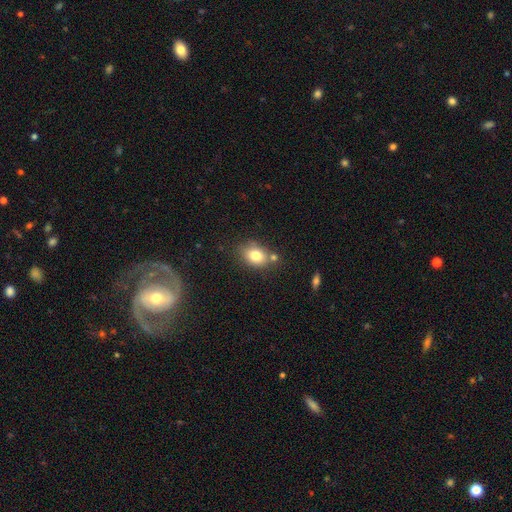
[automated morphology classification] Q: Smooth or featured?
A: smooth (79%); runner-up: featured or disk (11%)
Q: How rounded?
A: in between (69%); runner-up: round (29%)
Q: Merging?
A: none (65%); runner-up: minor disturbance (16%)